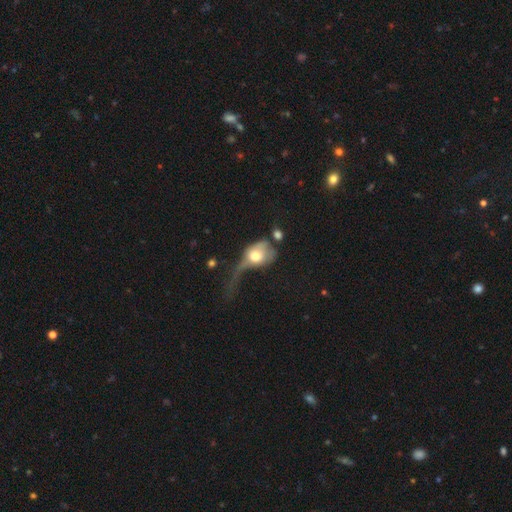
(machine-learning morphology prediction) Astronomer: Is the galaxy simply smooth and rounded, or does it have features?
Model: smooth — 61%.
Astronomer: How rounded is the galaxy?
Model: in between — 56% (runner-up: round, 41%).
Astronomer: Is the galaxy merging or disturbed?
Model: major disturbance — 61%.